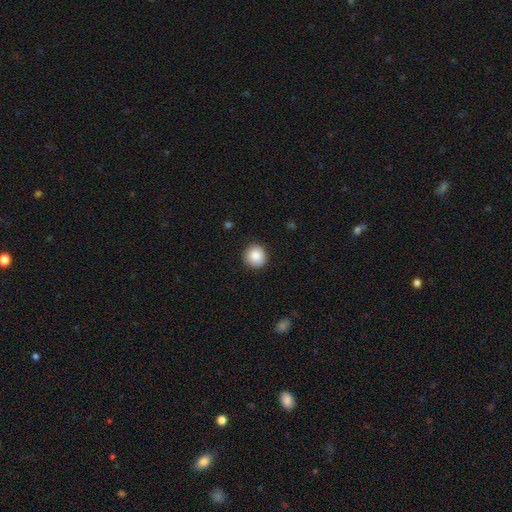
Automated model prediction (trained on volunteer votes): A smooth galaxy with no disk features (88%) that is round (91%). Merging: none (90%).